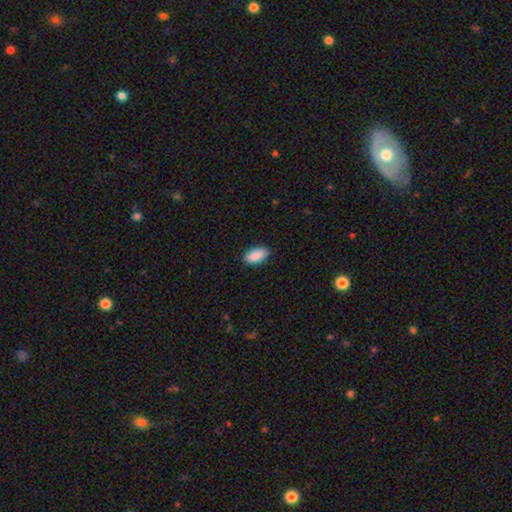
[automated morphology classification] Smooth or featured: smooth — 91% (star or artifact — 6%)
How rounded: in between — 92% (cigar-shaped — 5%)
Merging: none — 88% (minor disturbance — 9%)